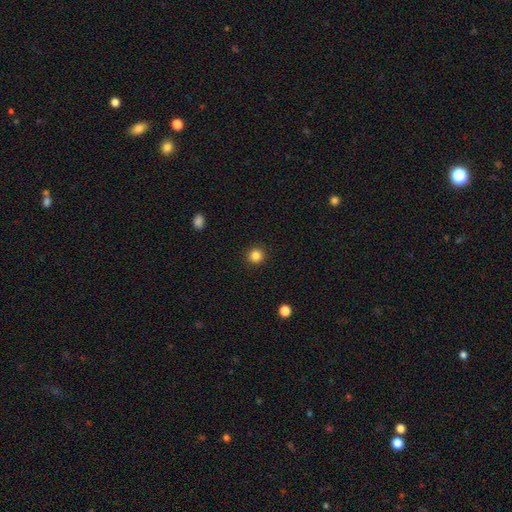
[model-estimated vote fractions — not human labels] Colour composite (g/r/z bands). It shows a smooth galaxy with no disk features (85%) that is round (94%). Merging: none (92%).